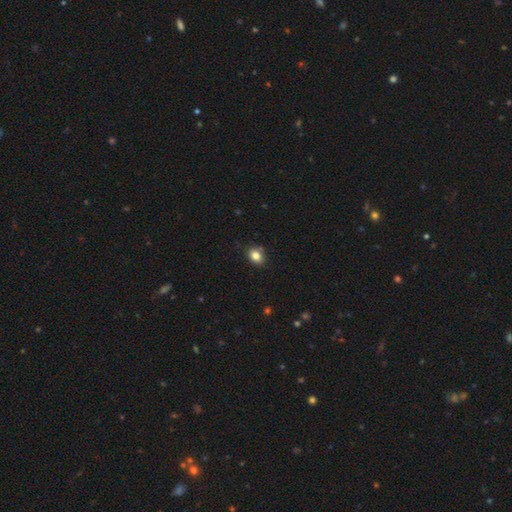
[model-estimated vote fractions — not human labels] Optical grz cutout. It shows a smooth galaxy with no disk features (83%) that is in between round and cigar-shaped (65%). Merging: none (82%).